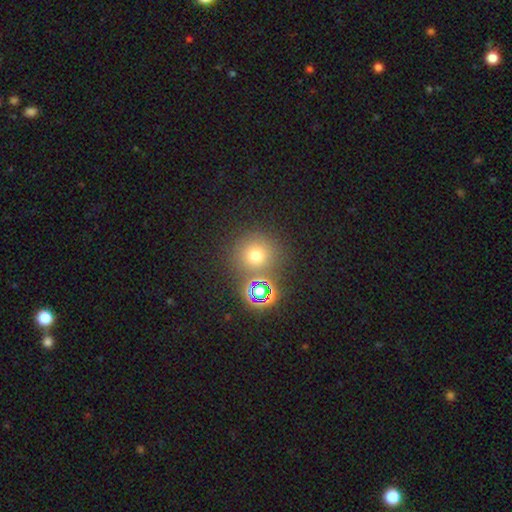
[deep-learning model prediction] smooth_or_featured: smooth (p=0.65) [alt: star or artifact p=0.26]
how_rounded: round (p=0.92) [alt: in between p=0.07]
merging: none (p=0.76) [alt: merger p=0.12]